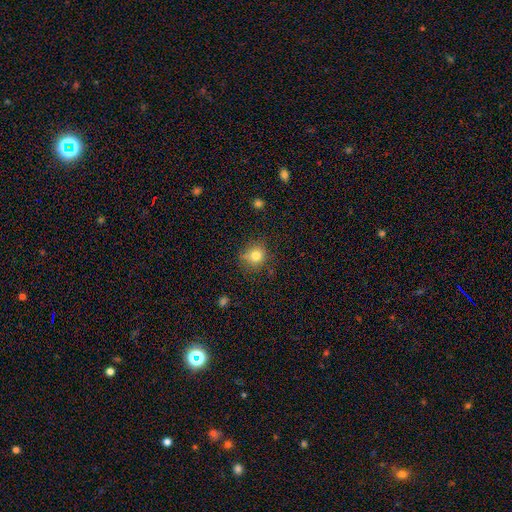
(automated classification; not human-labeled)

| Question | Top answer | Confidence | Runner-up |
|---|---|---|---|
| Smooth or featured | smooth | 79% | star or artifact (13%) |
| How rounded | round | 84% | in between (15%) |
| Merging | none | 75% | minor disturbance (17%) |